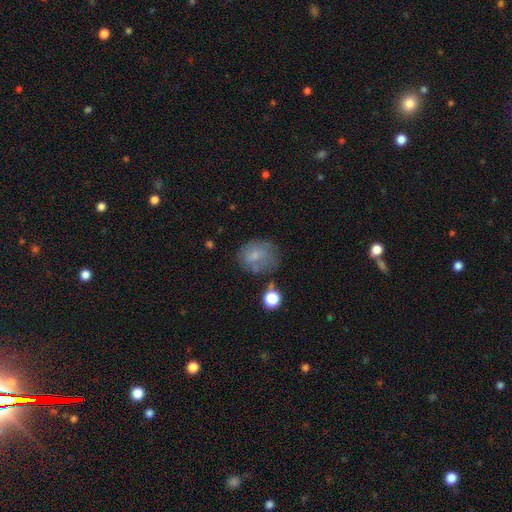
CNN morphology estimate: The model was most divided on "how rounded": round: 60%, in between: 39%, cigar-shaped: 1%. More confident: smooth or featured — smooth (64%); merging — none (51%).